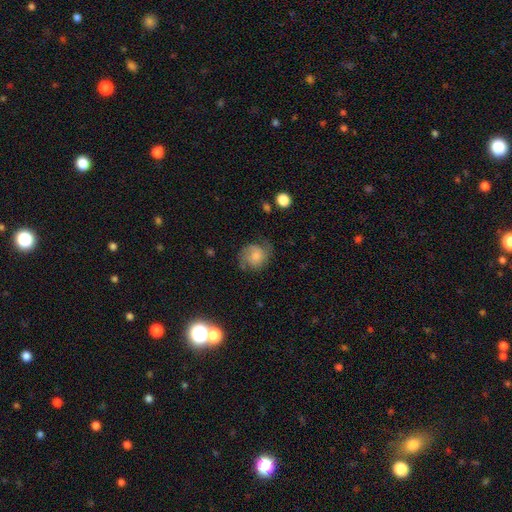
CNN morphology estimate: Q: Smooth or featured?
A: smooth (54%); runner-up: featured or disk (37%)
Q: How rounded?
A: round (70%); runner-up: in between (29%)
Q: Merging?
A: none (55%); runner-up: minor disturbance (27%)